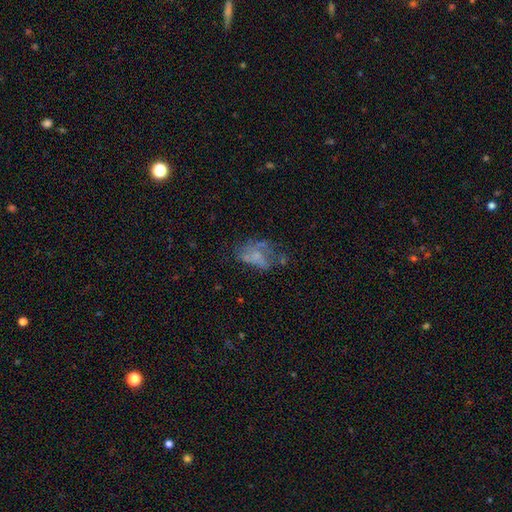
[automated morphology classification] A featured or disk galaxy (53%) with no bar (84%), no spiral arms (77%) and no central bulge (54%). Merging: none (35%).